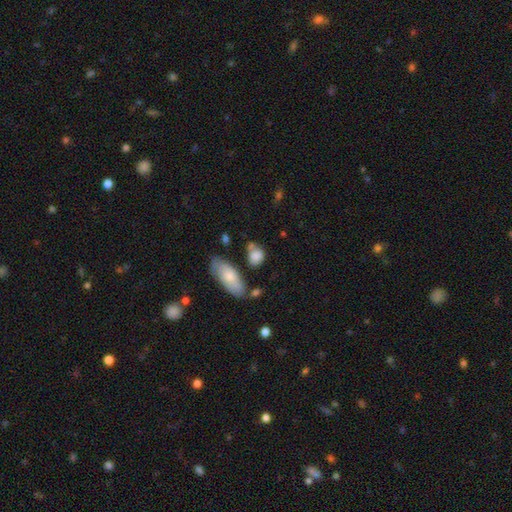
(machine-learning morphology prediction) A smooth galaxy with no disk features (81%) that is in between round and cigar-shaped (58%).

Vote fractions:
- Smooth or featured? smooth: 81% / featured or disk: 11% / star or artifact: 8%
- How rounded? in between: 58% / round: 37% / cigar-shaped: 5%
- Merging? none: 50% / minor disturbance: 23% / merger: 18% / major disturbance: 9%